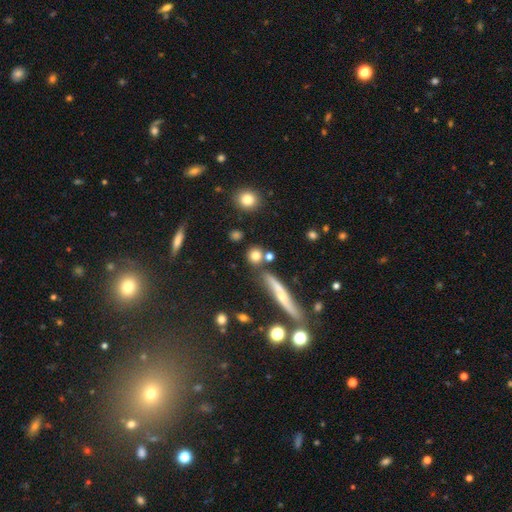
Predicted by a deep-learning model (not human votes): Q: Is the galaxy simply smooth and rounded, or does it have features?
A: smooth — 78%.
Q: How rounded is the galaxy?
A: round — 81%.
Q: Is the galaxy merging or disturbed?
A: none — 75%.